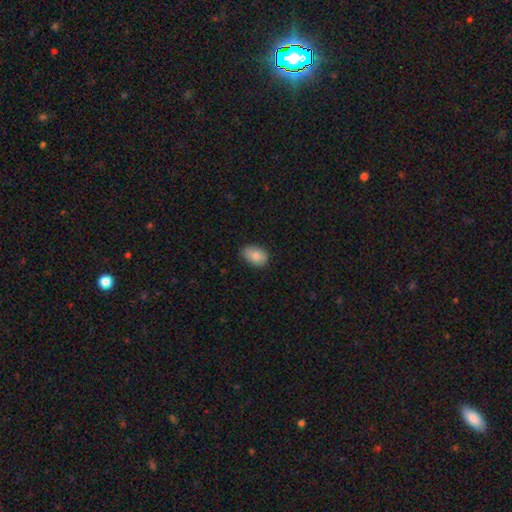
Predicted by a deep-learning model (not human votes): This appears to be a smooth galaxy with no disk features (82%) that is in between round and cigar-shaped (79%). Merging: none (82%).